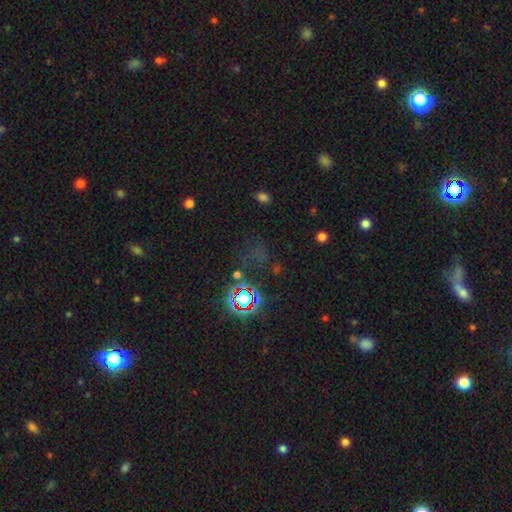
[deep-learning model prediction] star or artifact 72%, smooth 19%, featured or disk 9%.